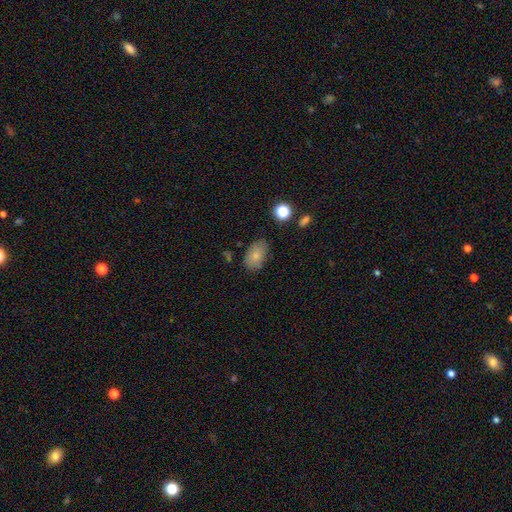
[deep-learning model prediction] Overall: smooth (79%). How rounded: in between (89%). Merging: none (76%).